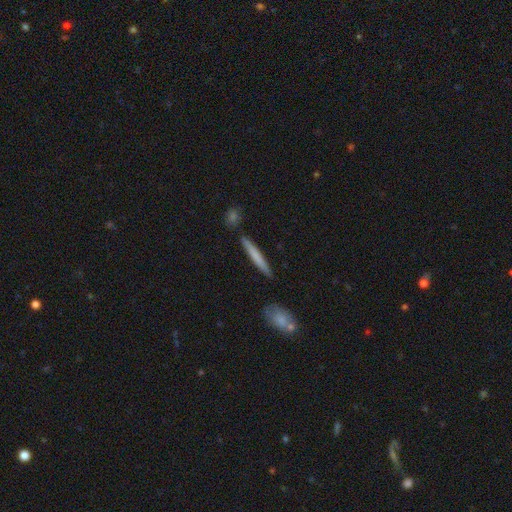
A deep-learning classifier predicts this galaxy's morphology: Q: Smooth or featured?
A: smooth (66%); runner-up: featured or disk (29%)
Q: How rounded?
A: cigar-shaped (95%); runner-up: in between (3%)
Q: Merging?
A: none (86%); runner-up: minor disturbance (9%)